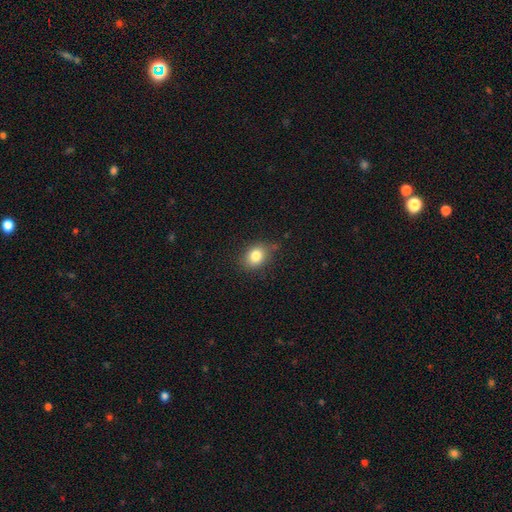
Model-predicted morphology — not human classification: The model was most divided on "how rounded": in between: 54%, round: 45%, cigar-shaped: 1%. More confident: smooth or featured — smooth (81%); merging — none (75%).